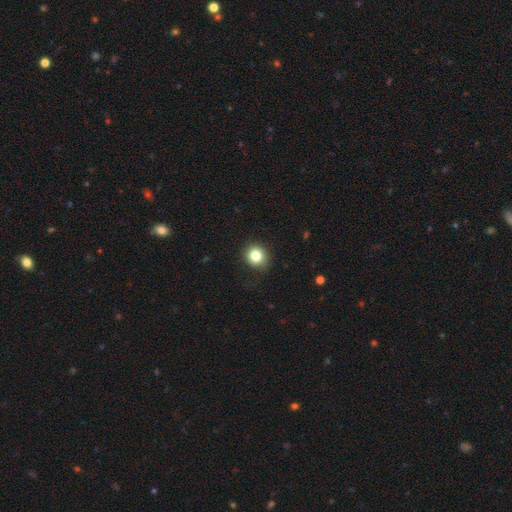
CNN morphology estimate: This appears to be a smooth galaxy with no disk features (83%) that is round (84%). Merging: none (86%).